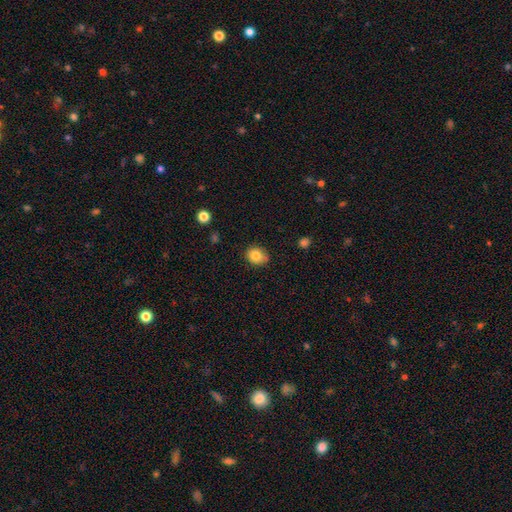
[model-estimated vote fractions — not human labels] smooth_or_featured: smooth (p=0.83) [alt: star or artifact p=0.09]
how_rounded: round (p=0.51) [alt: in between p=0.48]
merging: none (p=0.77) [alt: minor disturbance p=0.19]